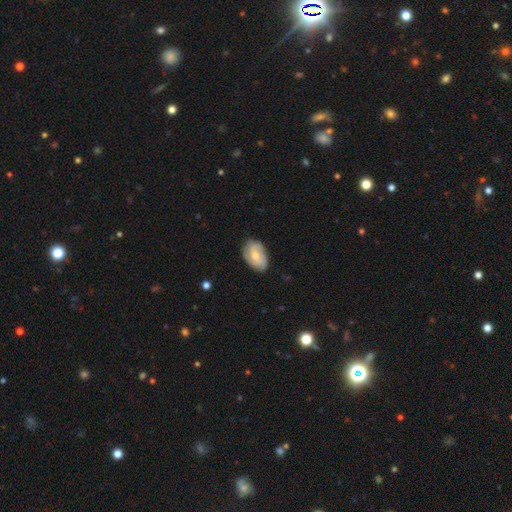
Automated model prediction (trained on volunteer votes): Smooth or featured: featured or disk — 65% (smooth — 29%)
Edge-on disk: no — 96% (yes — 4%)
Bar: no — 59% (weak — 34%)
Spiral arms: yes — 91% (no — 9%)
Spiral winding: tight — 53% (medium — 36%)
Spiral arm count: 2 — 33% (3 — 32%)
Bulge size: moderate — 49% (small — 44%)
Merging: none — 77% (minor disturbance — 18%)